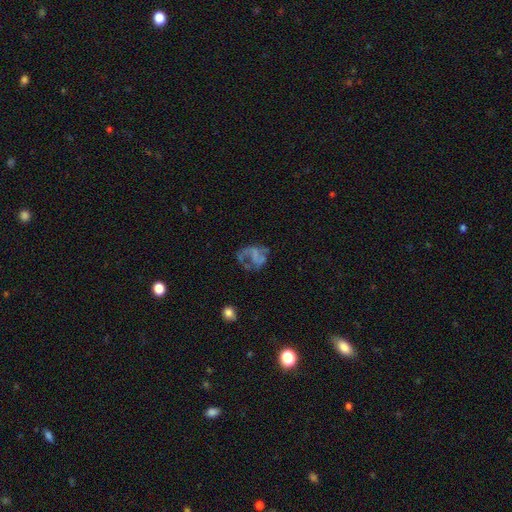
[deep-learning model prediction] The model was most divided on "merging": major disturbance: 44%, none: 31%, minor disturbance: 18%, merger: 6%. More confident: edge-on disk — no (98%); bulge size — none (76%); bar — no (72%); spiral arms — no (61%); smooth or featured — featured or disk (58%).